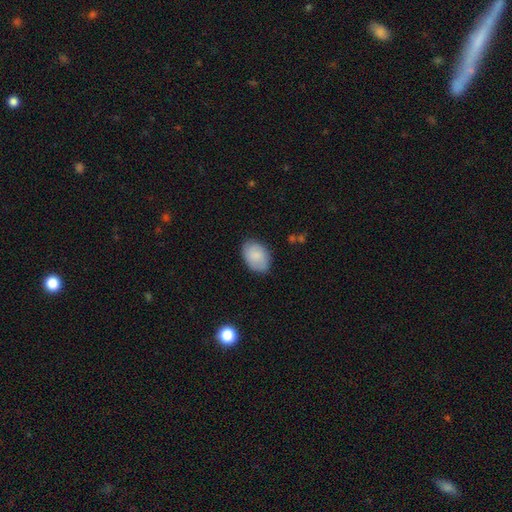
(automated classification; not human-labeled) Smooth or featured?
  - smooth: 83% *
  - featured or disk: 10%
  - star or artifact: 6%
How rounded?
  - in between: 85% *
  - round: 14%
  - cigar-shaped: 1%
Merging?
  - none: 80% *
  - minor disturbance: 15%
  - major disturbance: 3%
  - merger: 1%